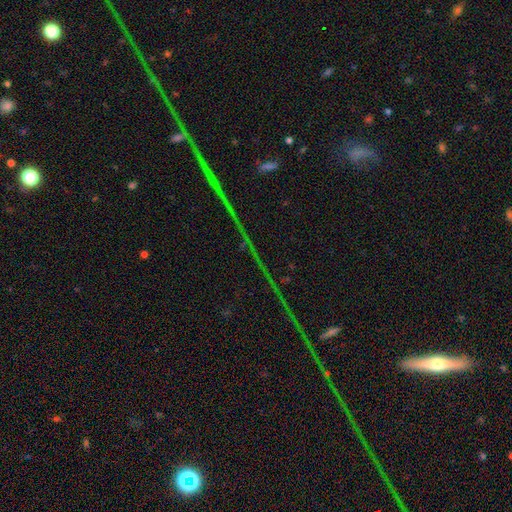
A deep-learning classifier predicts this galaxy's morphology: type=star or artifact (70%).